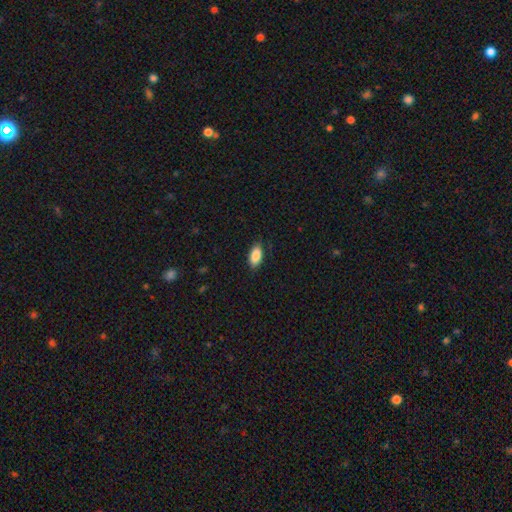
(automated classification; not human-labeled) Smooth or featured? smooth (88%)
How rounded? in between (92%)
Merging? none (84%)